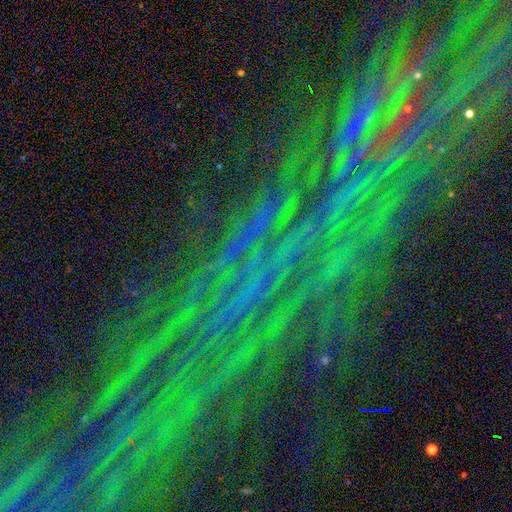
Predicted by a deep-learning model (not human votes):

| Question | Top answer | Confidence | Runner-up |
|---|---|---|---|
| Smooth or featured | star or artifact | 83% | featured or disk (9%) |